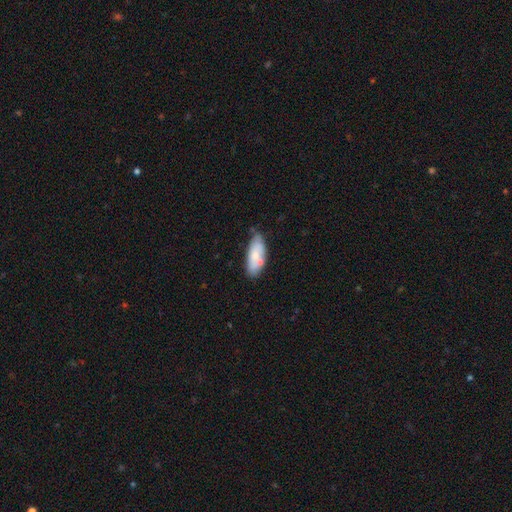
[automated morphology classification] Smooth or featured?
  - smooth: 71% *
  - featured or disk: 23%
  - star or artifact: 6%
How rounded?
  - in between: 78% *
  - cigar-shaped: 20%
  - round: 2%
Merging?
  - none: 59% *
  - minor disturbance: 25%
  - merger: 11%
  - major disturbance: 5%